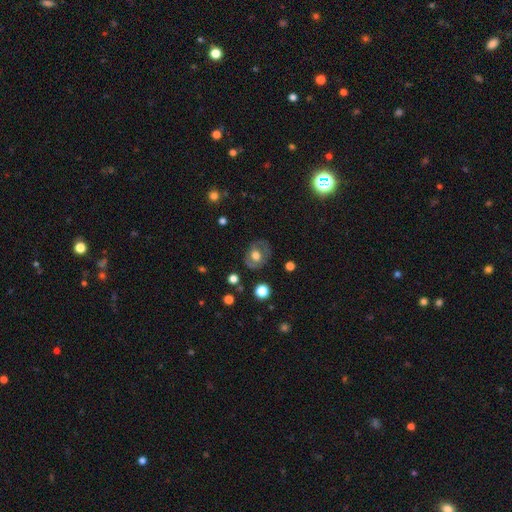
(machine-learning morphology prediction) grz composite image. It shows a smooth galaxy with no disk features (51%) that is in between round and cigar-shaped (50%). Merging: none (74%).